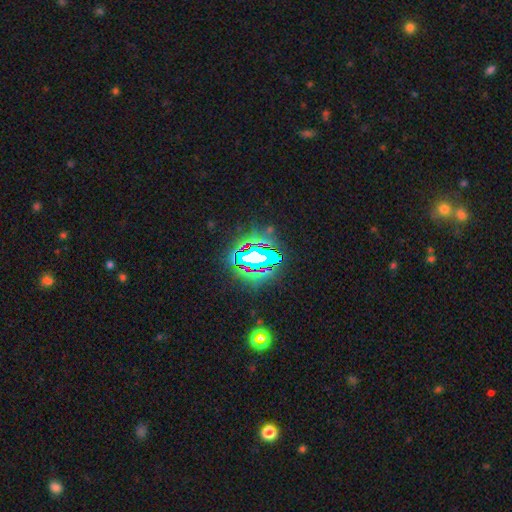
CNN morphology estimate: type=star or artifact (70%).